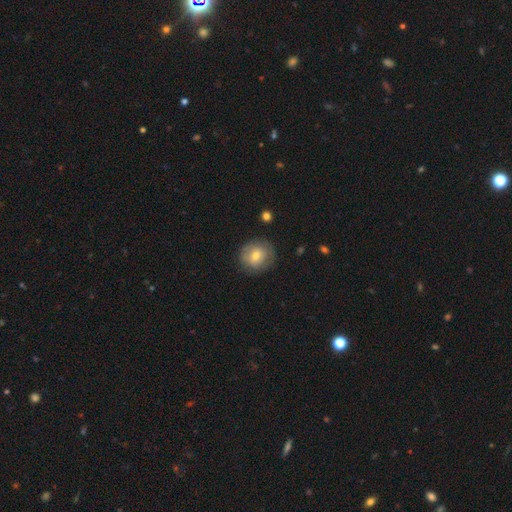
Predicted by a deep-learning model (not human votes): Smooth or featured?
  - smooth: 66% *
  - featured or disk: 26%
  - star or artifact: 8%
How rounded?
  - round: 85% *
  - in between: 14%
  - cigar-shaped: 1%
Merging?
  - none: 81% *
  - minor disturbance: 13%
  - major disturbance: 4%
  - merger: 1%